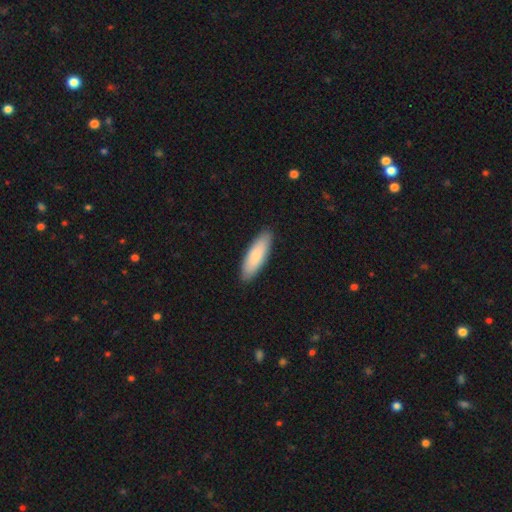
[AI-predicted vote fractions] smooth-or-featured: smooth: 85% | featured or disk: 10% | star or artifact: 5%
  how-rounded: in between: 51% | cigar-shaped: 48% | round: 1%
  merging: none: 89% | minor disturbance: 8% | major disturbance: 2% | merger: 1%